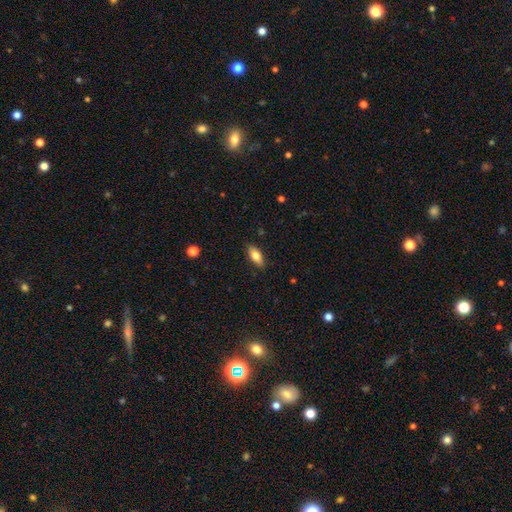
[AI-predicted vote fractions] Q: Smooth or featured?
A: smooth (76%); runner-up: featured or disk (17%)
Q: How rounded?
A: in between (81%); runner-up: cigar-shaped (16%)
Q: Merging?
A: none (88%); runner-up: minor disturbance (9%)